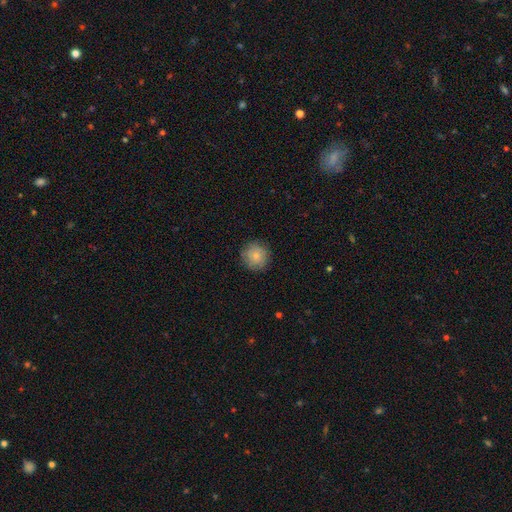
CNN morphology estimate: type=smooth (77%); roundness=round (94%); merging=none (85%).